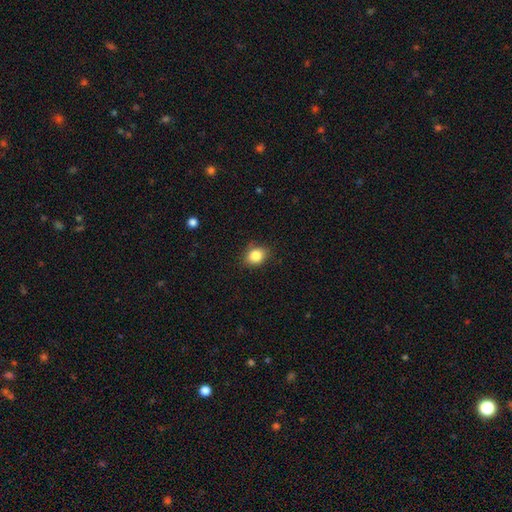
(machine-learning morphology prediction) Smooth or featured? smooth (84%)
How rounded? round (52%)
Merging? none (82%)